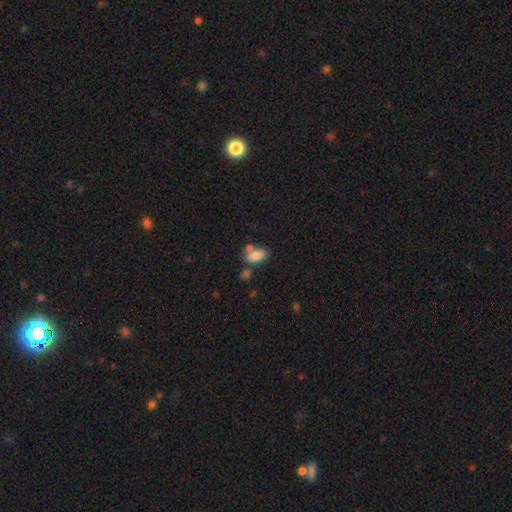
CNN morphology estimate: The model was most divided on "merging": none: 47%, merger: 31%, minor disturbance: 15%, major disturbance: 6%. More confident: how rounded — in between (89%); smooth or featured — smooth (80%).